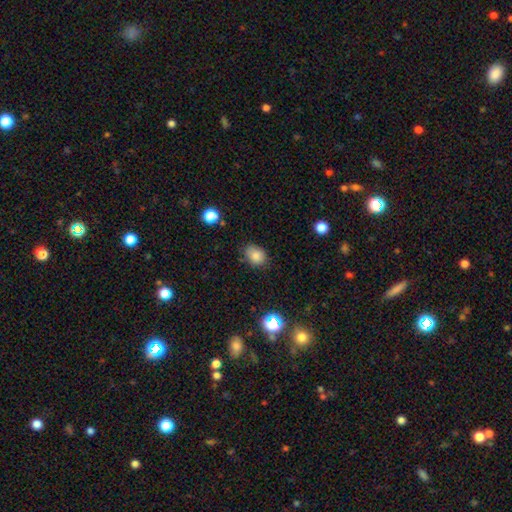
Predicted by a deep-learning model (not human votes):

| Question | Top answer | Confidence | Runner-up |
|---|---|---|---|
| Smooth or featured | smooth | 82% | star or artifact (11%) |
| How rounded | in between | 62% | round (37%) |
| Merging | none | 75% | minor disturbance (19%) |